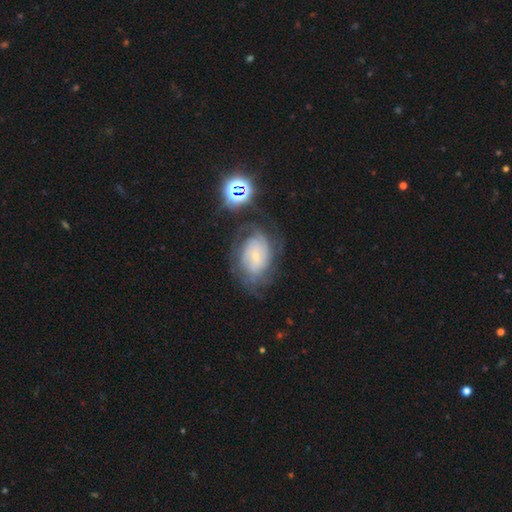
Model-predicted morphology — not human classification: Q: Smooth or featured?
A: featured or disk (72%); runner-up: smooth (17%)
Q: Edge-on disk?
A: no (96%); runner-up: yes (4%)
Q: Bar?
A: no (67%); runner-up: weak (27%)
Q: Spiral arms?
A: yes (89%); runner-up: no (11%)
Q: Spiral winding?
A: tight (62%); runner-up: medium (28%)
Q: Spiral arm count?
A: can't tell (53%); runner-up: 2 (14%)
Q: Bulge size?
A: small (80%); runner-up: moderate (14%)
Q: Merging?
A: none (61%); runner-up: minor disturbance (21%)